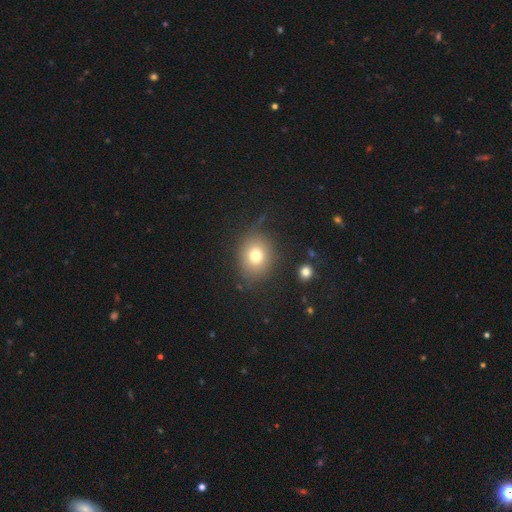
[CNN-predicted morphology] Smooth or featured? smooth (74%)
How rounded? round (67%)
Merging? none (80%)